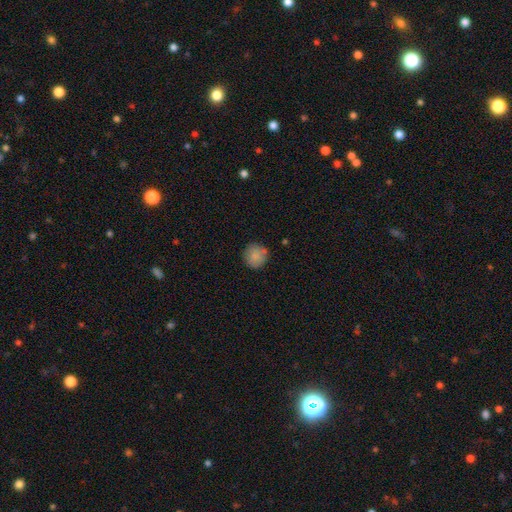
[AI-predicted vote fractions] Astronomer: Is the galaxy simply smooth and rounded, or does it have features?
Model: smooth — 86%.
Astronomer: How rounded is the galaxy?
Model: round — 91%.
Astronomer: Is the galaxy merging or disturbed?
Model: none — 78%.